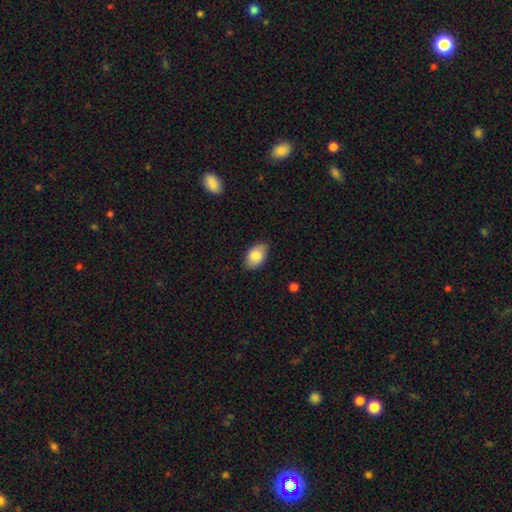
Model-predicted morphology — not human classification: Smooth or featured?
  - smooth: 84% *
  - featured or disk: 9%
  - star or artifact: 6%
How rounded?
  - in between: 91% *
  - round: 7%
  - cigar-shaped: 1%
Merging?
  - none: 83% *
  - minor disturbance: 14%
  - major disturbance: 2%
  - merger: 1%